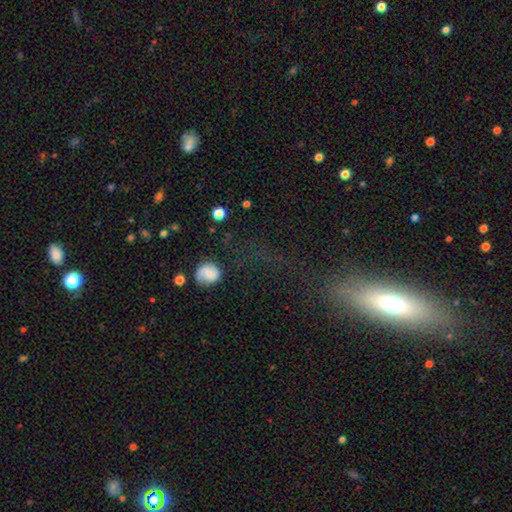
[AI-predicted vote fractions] Smooth or featured?
  - smooth: 47% *
  - featured or disk: 30%
  - star or artifact: 24%
Merging?
  - none: 61% *
  - major disturbance: 18%
  - minor disturbance: 16%
  - merger: 5%